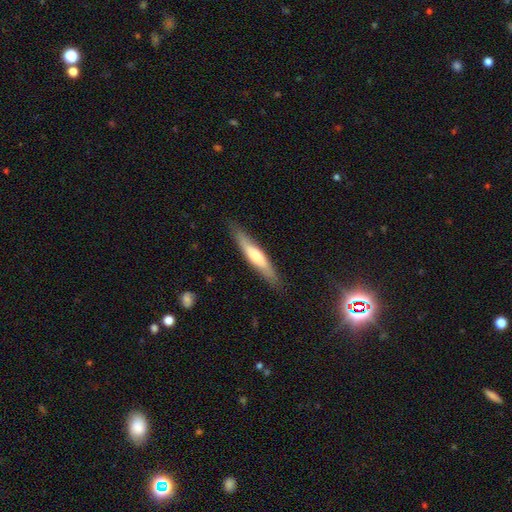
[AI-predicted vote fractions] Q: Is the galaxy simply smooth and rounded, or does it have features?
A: smooth — 50%.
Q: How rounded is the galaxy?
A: cigar-shaped — 87%.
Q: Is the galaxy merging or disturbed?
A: none — 85%.